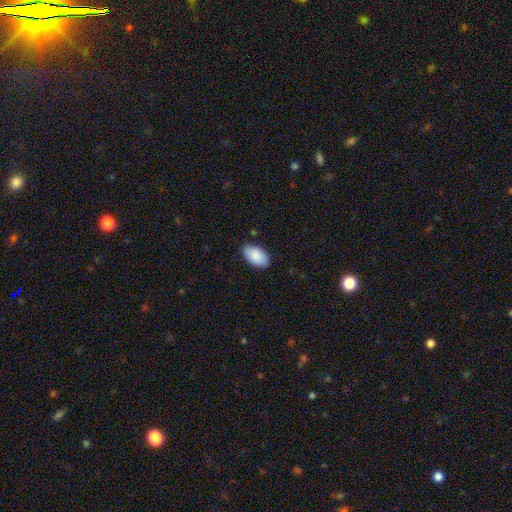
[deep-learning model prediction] smooth 89%, star or artifact 6%, featured or disk 5%. Down the decision tree: how rounded — in between (95%); merging — none (86%).